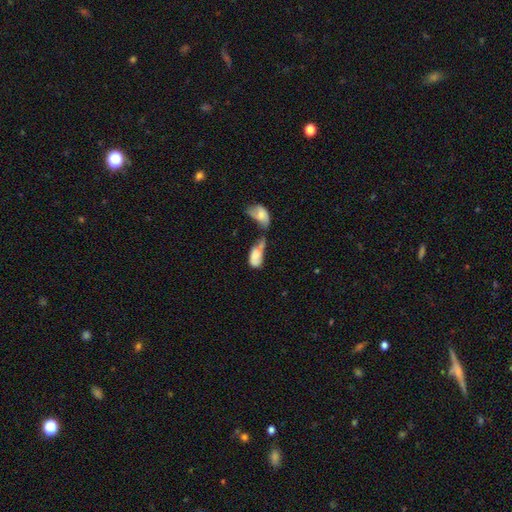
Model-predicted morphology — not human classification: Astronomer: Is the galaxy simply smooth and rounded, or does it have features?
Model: smooth — 68%.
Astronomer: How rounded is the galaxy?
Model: in between — 91%.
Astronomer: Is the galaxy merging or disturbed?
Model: merger — 65%.